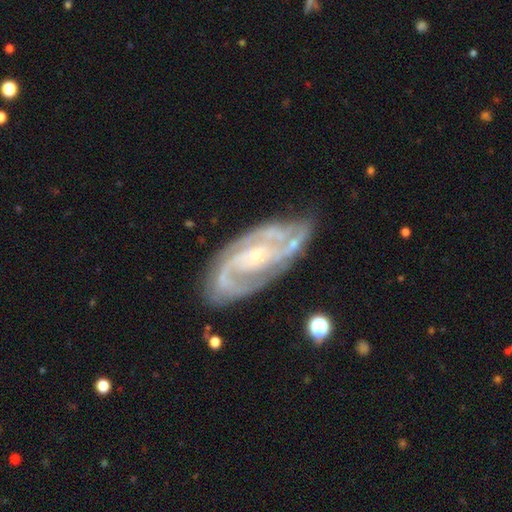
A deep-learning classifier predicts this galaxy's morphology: A featured or disk galaxy (90%) with no bar (50%), 2 (54%) tight (53%) spiral arms (97%) and a small central bulge (65%).

Vote fractions:
- Smooth or featured? featured or disk: 90% / smooth: 5% / star or artifact: 5%
- Edge-on disk? no: 95% / yes: 5%
- Bar? no: 50% / weak: 36% / strong: 14%
- Spiral arms? yes: 97% / no: 3%
- Spiral winding? tight: 53% / medium: 40% / loose: 7%
- Spiral arm count? 2: 54% / 3: 21% / can't tell: 14% / 4: 5% / 1: 4% / more than 4: 3%
- Bulge size? small: 65% / moderate: 28% / none: 4% / large: 2% / dominant: 1%
- Merging? none: 72% / minor disturbance: 19% / major disturbance: 7% / merger: 3%